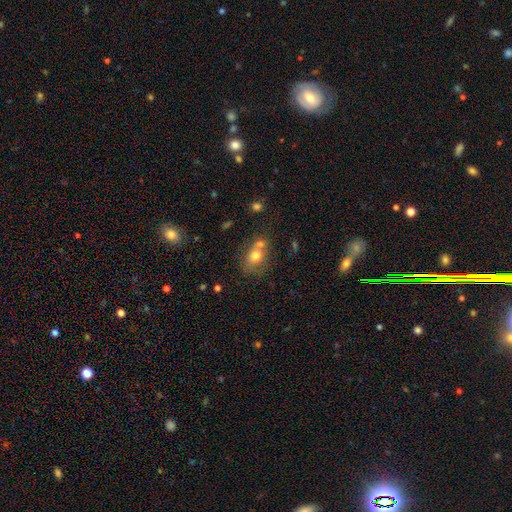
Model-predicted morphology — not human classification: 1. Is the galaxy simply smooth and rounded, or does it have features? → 72% smooth, 17% featured or disk, 11% star or artifact.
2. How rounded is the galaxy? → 61% in between, 38% round, 2% cigar-shaped.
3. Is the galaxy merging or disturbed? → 43% none, 38% merger, 14% minor disturbance, 5% major disturbance.